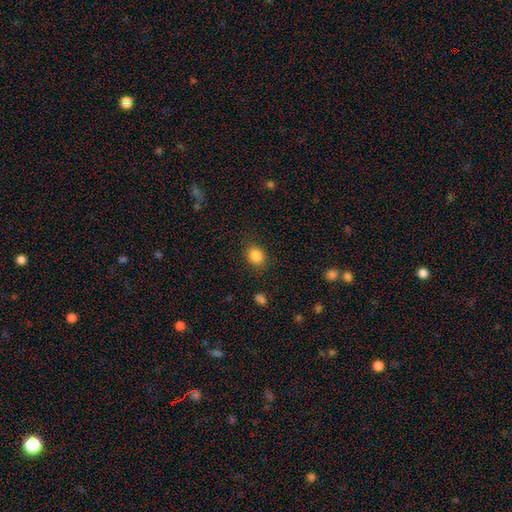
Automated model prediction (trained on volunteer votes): The model was most divided on "how rounded": round: 65%, in between: 34%, cigar-shaped: 1%. More confident: smooth or featured — smooth (86%); merging — none (84%).